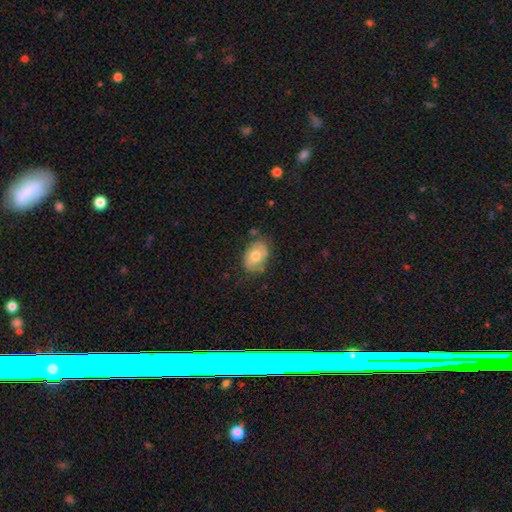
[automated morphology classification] smooth 65%, featured or disk 28%, star or artifact 7%. Down the decision tree: how rounded — in between (80%); merging — none (67%).